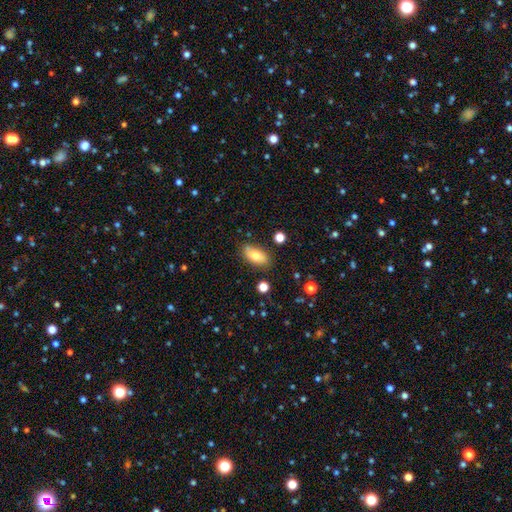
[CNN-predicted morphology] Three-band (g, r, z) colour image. It shows a smooth galaxy with no disk features (76%) that is in between round and cigar-shaped (90%). Merging: none (78%).